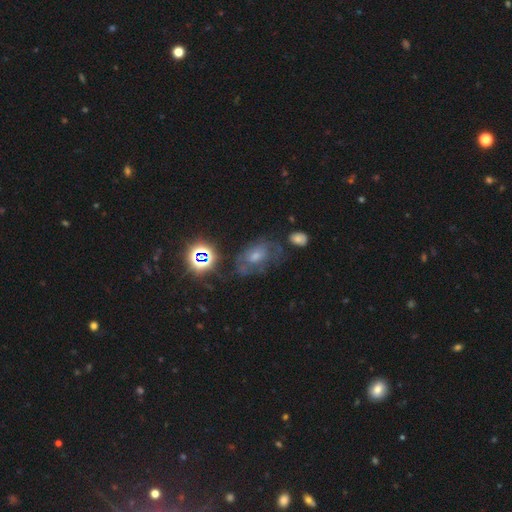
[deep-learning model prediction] The model was most divided on "smooth or featured": featured or disk: 46%, star or artifact: 29%, smooth: 24%. More confident: merging — none (55%).